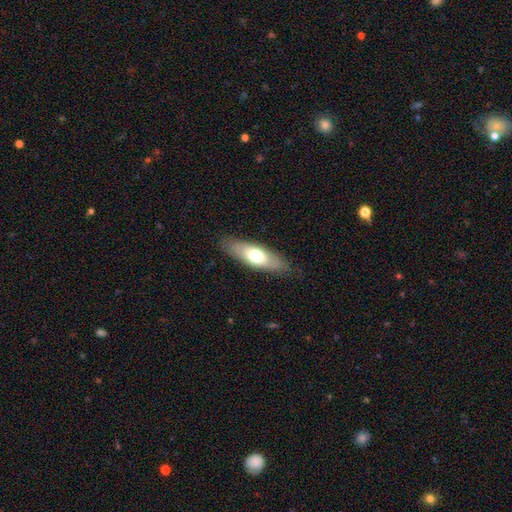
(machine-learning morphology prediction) A smooth galaxy with no disk features (60%) that is in between round and cigar-shaped (62%).

Vote fractions:
- Smooth or featured? smooth: 60% / featured or disk: 35% / star or artifact: 6%
- How rounded? in between: 62% / cigar-shaped: 36% / round: 2%
- Merging? none: 85% / minor disturbance: 12% / major disturbance: 3% / merger: 1%